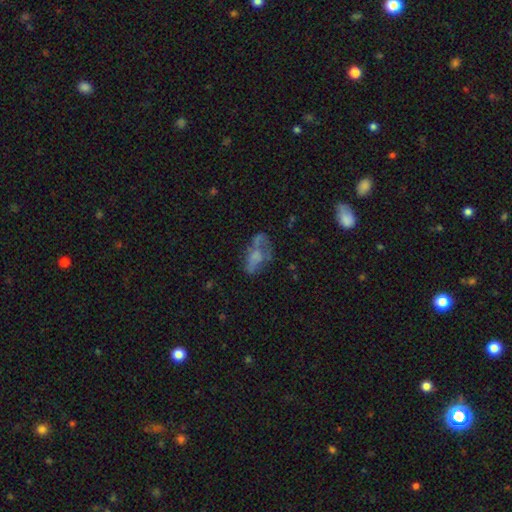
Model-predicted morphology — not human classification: Smooth or featured? smooth (43%, tied with featured or disk)
Merging? none (33%, tied with major disturbance)